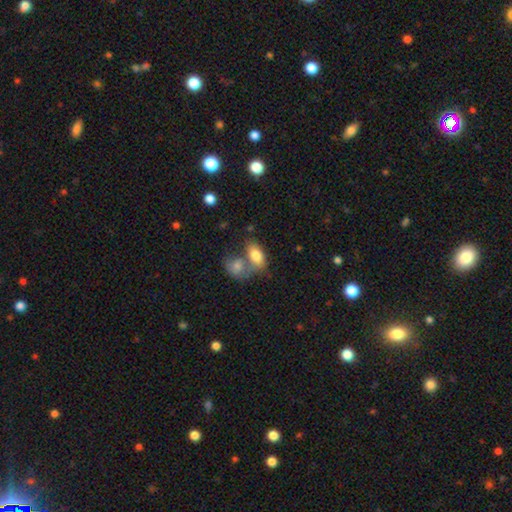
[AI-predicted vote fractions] Q: Smooth or featured?
A: smooth (80%); runner-up: featured or disk (13%)
Q: How rounded?
A: in between (90%); runner-up: round (8%)
Q: Merging?
A: merger (52%); runner-up: none (31%)